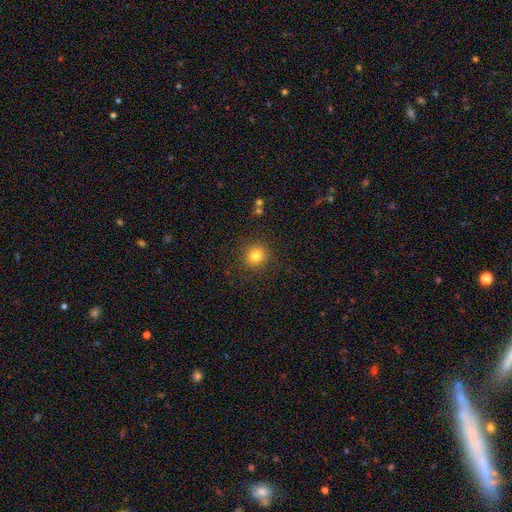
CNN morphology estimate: A smooth galaxy with no disk features (80%) that is round (88%).

Vote fractions:
- Smooth or featured? smooth: 80% / star or artifact: 13% / featured or disk: 7%
- How rounded? round: 88% / in between: 11% / cigar-shaped: 1%
- Merging? none: 89% / minor disturbance: 7% / major disturbance: 3% / merger: 1%